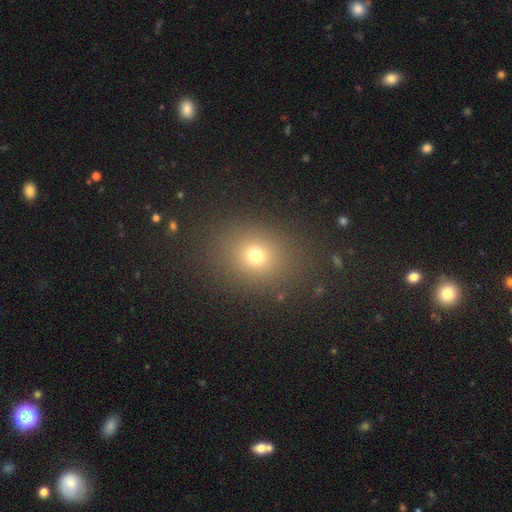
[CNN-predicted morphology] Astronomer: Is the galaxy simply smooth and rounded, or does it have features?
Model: smooth — 70%.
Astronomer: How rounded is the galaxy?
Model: round — 62% (runner-up: in between, 37%).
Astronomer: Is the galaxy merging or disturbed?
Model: none — 85%.